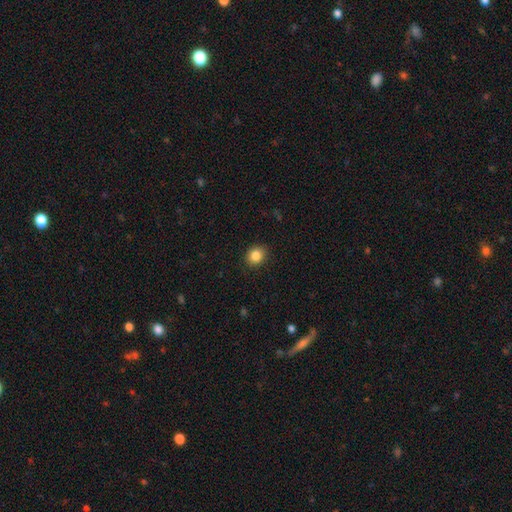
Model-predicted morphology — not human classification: Smooth or featured: smooth — 85% (star or artifact — 10%)
How rounded: round — 67% (in between — 32%)
Merging: none — 90% (minor disturbance — 7%)